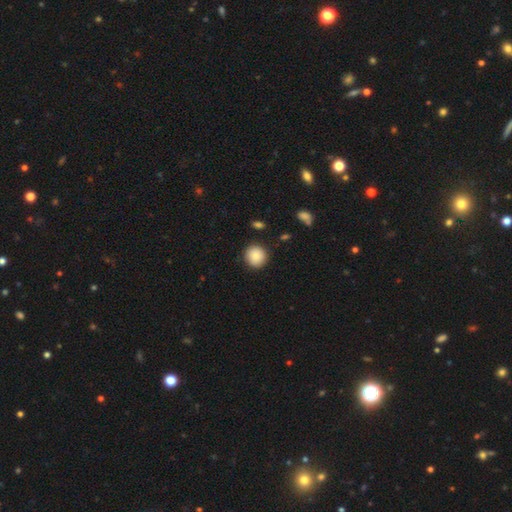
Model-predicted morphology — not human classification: Overall: smooth (86%). How rounded: round (90%). Merging: none (89%).